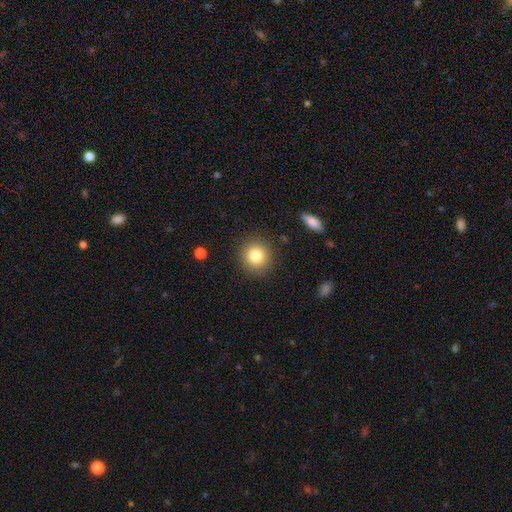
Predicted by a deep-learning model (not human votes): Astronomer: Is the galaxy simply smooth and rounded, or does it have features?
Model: smooth — 81%.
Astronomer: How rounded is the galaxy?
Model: round — 91%.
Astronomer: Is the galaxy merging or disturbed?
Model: none — 89%.